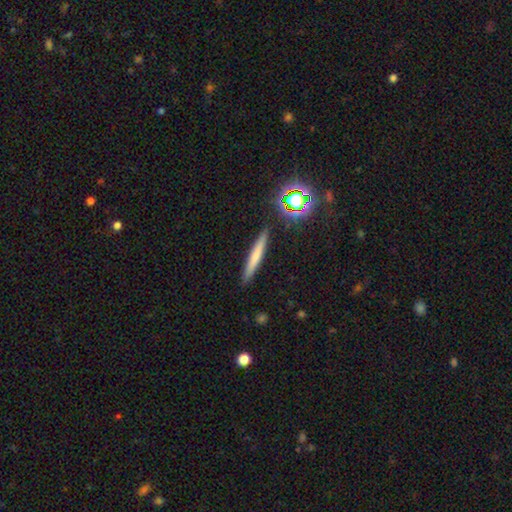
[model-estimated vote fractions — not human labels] Q: Smooth or featured?
A: smooth (62%); runner-up: featured or disk (28%)
Q: How rounded?
A: cigar-shaped (95%); runner-up: in between (4%)
Q: Merging?
A: none (90%); runner-up: minor disturbance (7%)